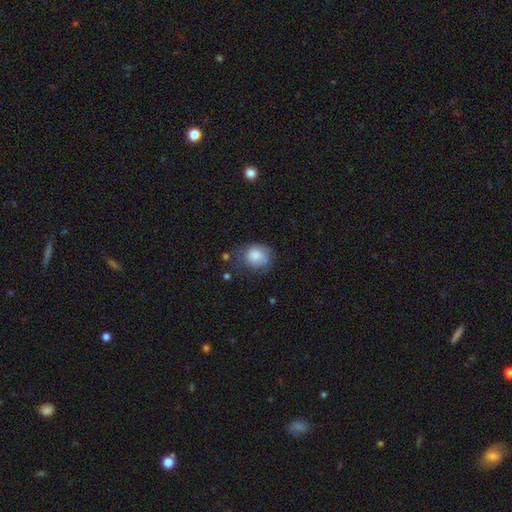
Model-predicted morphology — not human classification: This appears to be a smooth galaxy with no disk features (81%) that is round (61%). Merging: none (54%).